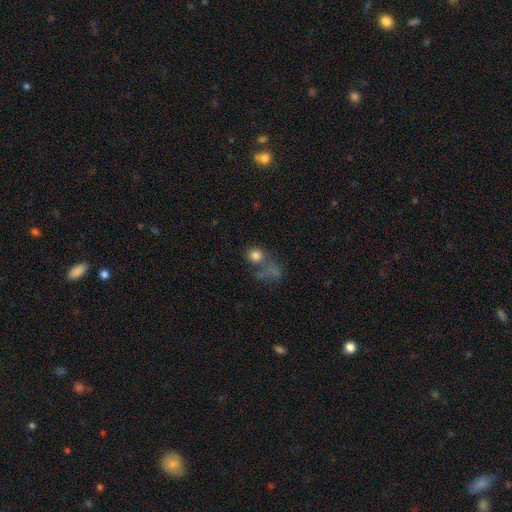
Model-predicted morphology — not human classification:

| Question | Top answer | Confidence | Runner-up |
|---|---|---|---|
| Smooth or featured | smooth | 77% | star or artifact (13%) |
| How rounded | round | 80% | in between (18%) |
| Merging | none | 50% | merger (23%) |